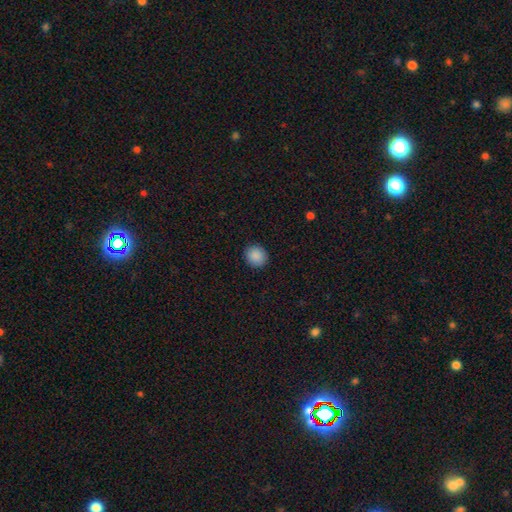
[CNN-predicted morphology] Overall: smooth (89%). How rounded: round (85%). Merging: none (91%).